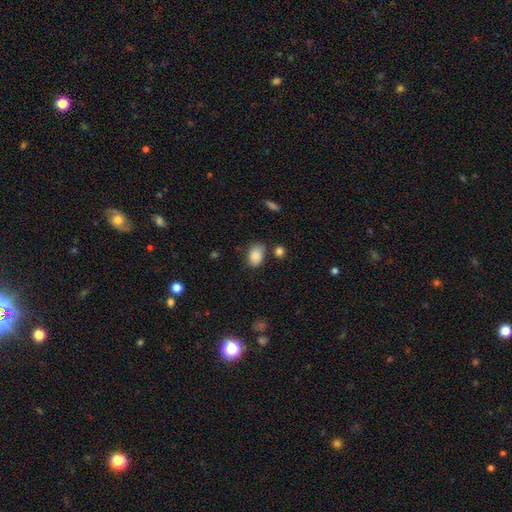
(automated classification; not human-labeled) The model was most divided on "merging": none: 66%, minor disturbance: 21%, merger: 7%, major disturbance: 5%. More confident: smooth or featured — smooth (87%); how rounded — in between (82%).